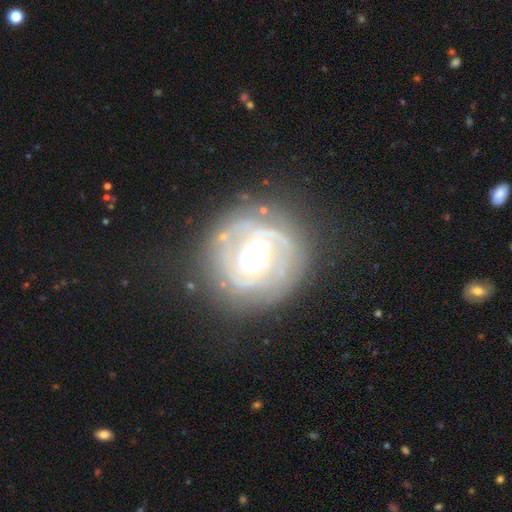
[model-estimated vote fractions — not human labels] Smooth or featured?
  - featured or disk: 81% *
  - smooth: 12%
  - star or artifact: 7%
Edge-on disk?
  - no: 97% *
  - yes: 3%
Bar?
  - weak: 41% *
  - strong: 39%
  - no: 21%
Spiral arms?
  - yes: 86% *
  - no: 14%
Spiral winding?
  - tight: 58% *
  - medium: 30%
  - loose: 12%
Spiral arm count?
  - 2: 54% *
  - can't tell: 21%
  - 3: 9%
  - 1: 9%
  - 4: 4%
  - more than 4: 3%
Bulge size?
  - moderate: 50% *
  - large: 35%
  - small: 9%
  - dominant: 5%
  - none: 2%
Merging?
  - none: 71% *
  - minor disturbance: 16%
  - major disturbance: 11%
  - merger: 2%